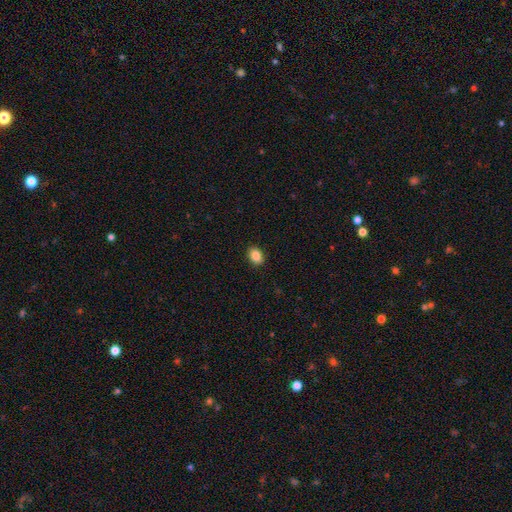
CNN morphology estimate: Smooth or featured?
  - smooth: 86% *
  - star or artifact: 9%
  - featured or disk: 5%
How rounded?
  - in between: 73% *
  - round: 26%
  - cigar-shaped: 1%
Merging?
  - none: 90% *
  - minor disturbance: 7%
  - major disturbance: 2%
  - merger: 1%